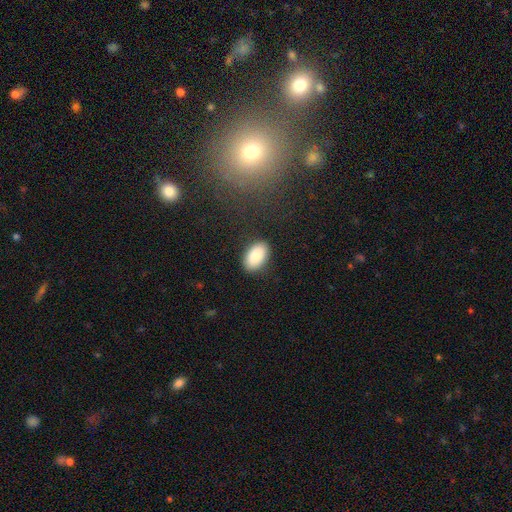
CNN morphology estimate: smooth 86%, featured or disk 8%, star or artifact 7%. Down the decision tree: how rounded — in between (93%); merging — none (88%).